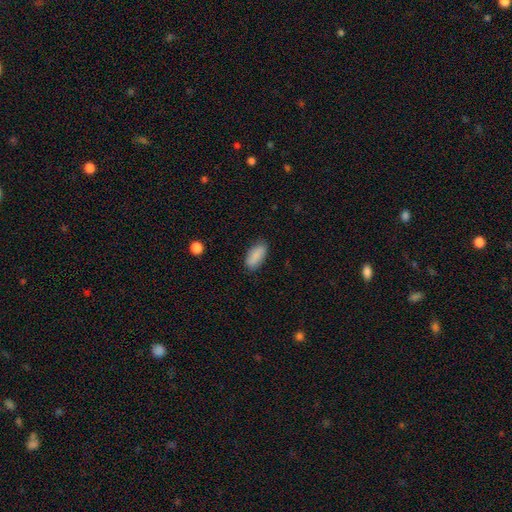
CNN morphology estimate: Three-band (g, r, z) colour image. It shows a smooth galaxy with no disk features (87%) that is in between round and cigar-shaped (88%). Merging: none (83%).